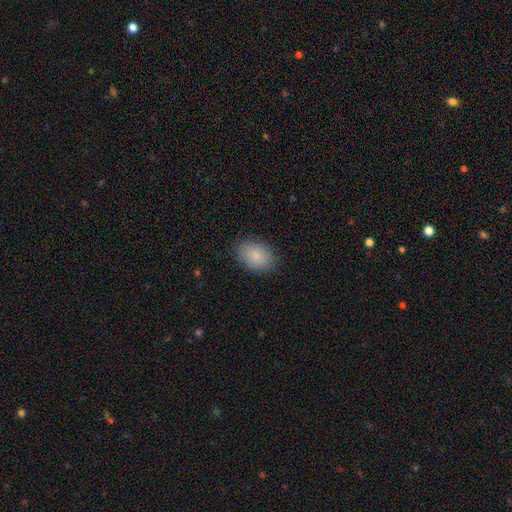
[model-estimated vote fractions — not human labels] Smooth or featured?
  - smooth: 86% *
  - star or artifact: 8%
  - featured or disk: 6%
How rounded?
  - in between: 83% *
  - round: 16%
  - cigar-shaped: 1%
Merging?
  - none: 86% *
  - minor disturbance: 10%
  - major disturbance: 3%
  - merger: 1%